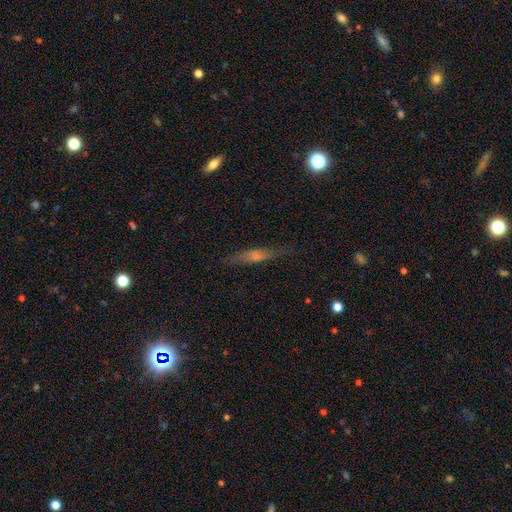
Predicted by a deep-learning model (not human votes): This is possibly a featured or disk galaxy (50%). Merging: clearly none (82%).